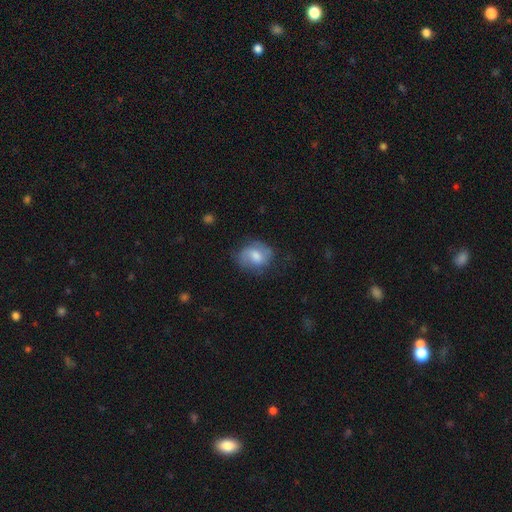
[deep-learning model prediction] This appears to be a smooth galaxy with no disk features (53%) that is in between round and cigar-shaped (52%). Merging: none (61%).